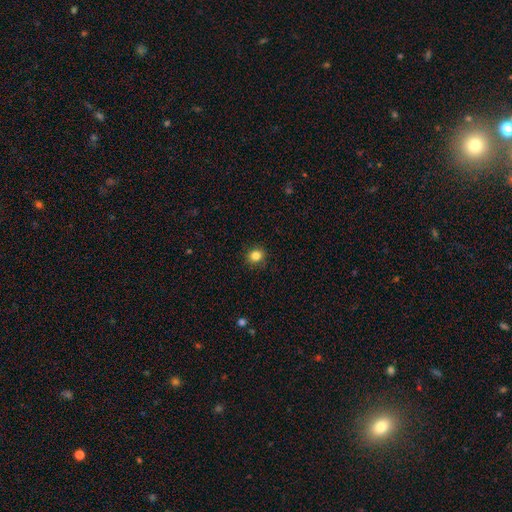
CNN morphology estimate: smooth-or-featured: smooth: 84% | star or artifact: 12% | featured or disk: 5%
  how-rounded: round: 83% | in between: 16% | cigar-shaped: 1%
  merging: none: 90% | minor disturbance: 7% | major disturbance: 2% | merger: 1%